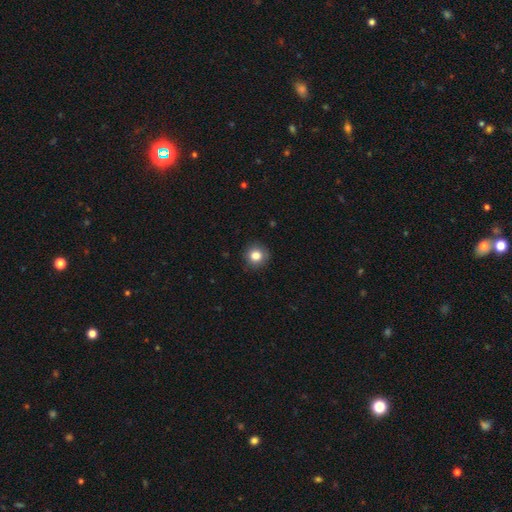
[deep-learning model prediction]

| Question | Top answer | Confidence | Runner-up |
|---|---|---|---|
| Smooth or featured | smooth | 83% | star or artifact (11%) |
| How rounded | round | 92% | in between (7%) |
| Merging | none | 88% | minor disturbance (8%) |